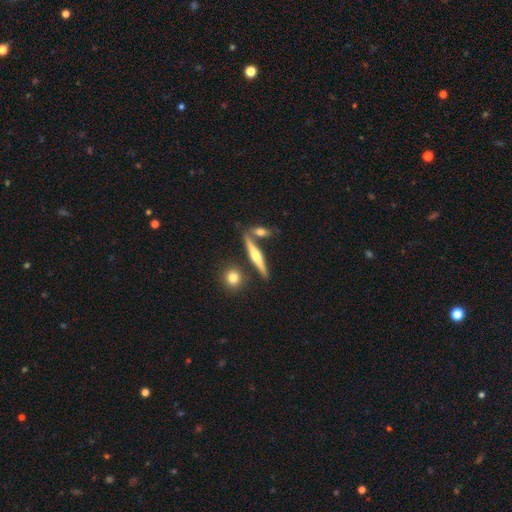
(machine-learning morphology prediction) Smooth or featured: featured or disk — 65% (smooth — 29%)
Edge-on disk: yes — 96% (no — 4%)
Edge-on bulge: rounded — 88% (none — 7%)
Merging: none — 77% (merger — 11%)